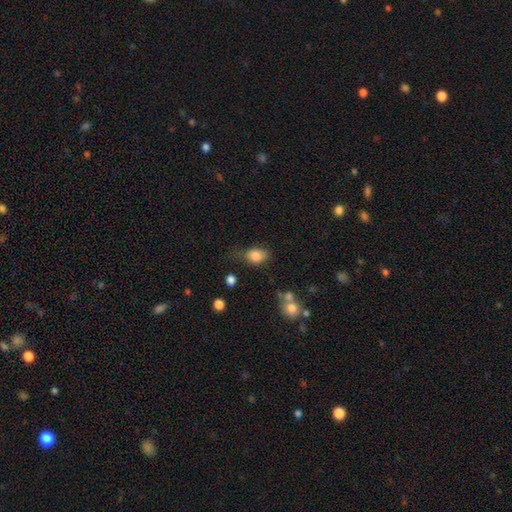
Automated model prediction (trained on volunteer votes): smooth 82%, featured or disk 10%, star or artifact 9%. Down the decision tree: how rounded — in between (75%); merging — none (53%).